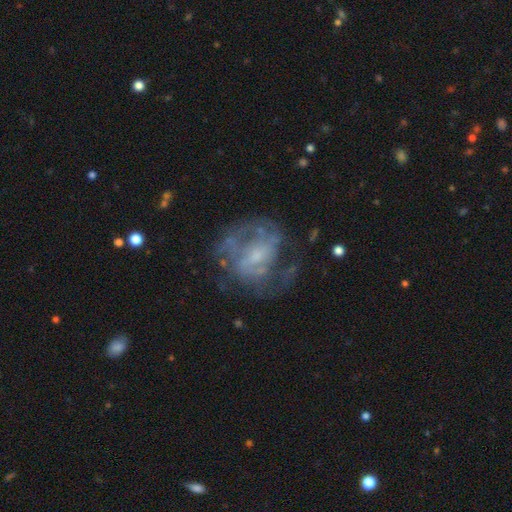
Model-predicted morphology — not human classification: This appears to be a featured or disk galaxy (72%) with no bar (57%), spiral arms (61%) and a small central bulge (50%). Merging: none (53%).